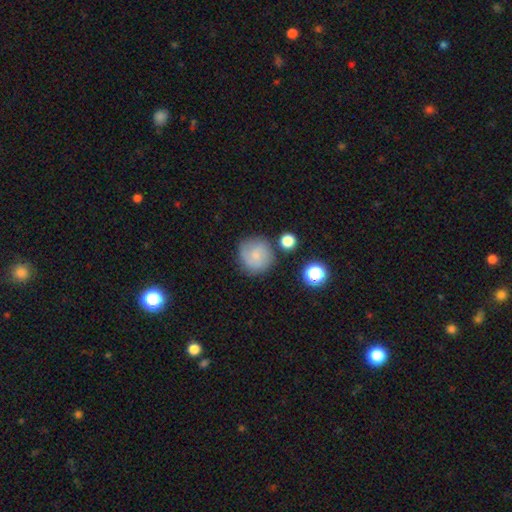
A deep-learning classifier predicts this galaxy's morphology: smooth-or-featured: smooth: 72% | featured or disk: 19% | star or artifact: 10%
  how-rounded: round: 92% | in between: 7% | cigar-shaped: 1%
  merging: none: 72% | minor disturbance: 16% | merger: 6% | major disturbance: 5%